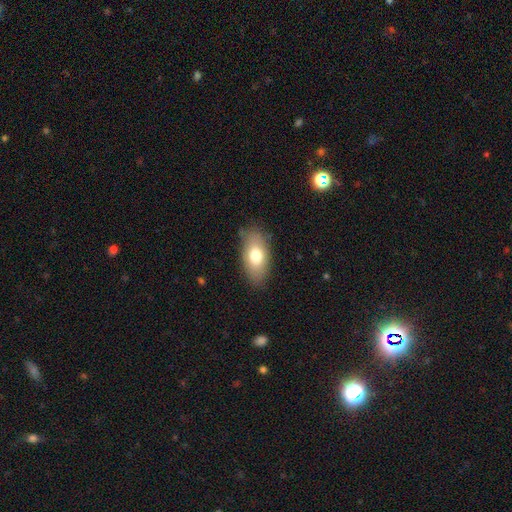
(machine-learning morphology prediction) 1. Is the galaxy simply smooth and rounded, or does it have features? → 74% smooth, 19% featured or disk, 7% star or artifact.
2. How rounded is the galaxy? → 90% in between, 5% cigar-shaped, 4% round.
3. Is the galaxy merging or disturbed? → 82% none, 14% minor disturbance, 3% major disturbance, 1% merger.